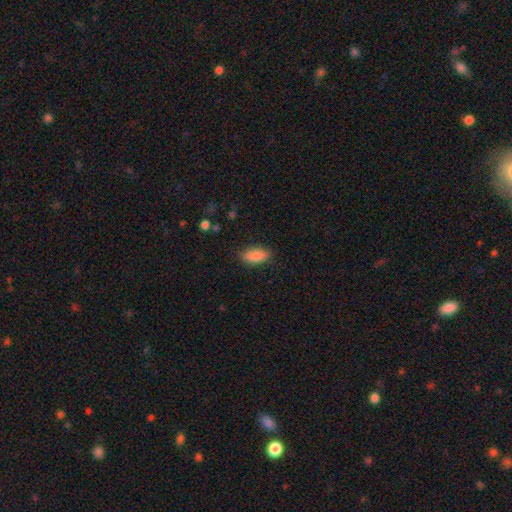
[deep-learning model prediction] smooth 87%, star or artifact 7%, featured or disk 6%. Down the decision tree: how rounded — in between (83%); merging — none (85%).